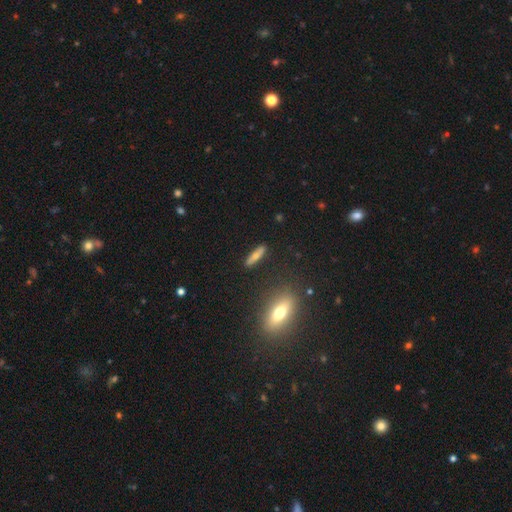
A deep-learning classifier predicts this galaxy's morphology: A smooth galaxy with no disk features (54%) that is cigar-shaped (73%).

Vote fractions:
- Smooth or featured? smooth: 54% / featured or disk: 37% / star or artifact: 9%
- How rounded? cigar-shaped: 73% / in between: 22% / round: 5%
- Merging? none: 86% / minor disturbance: 9% / merger: 2% / major disturbance: 2%